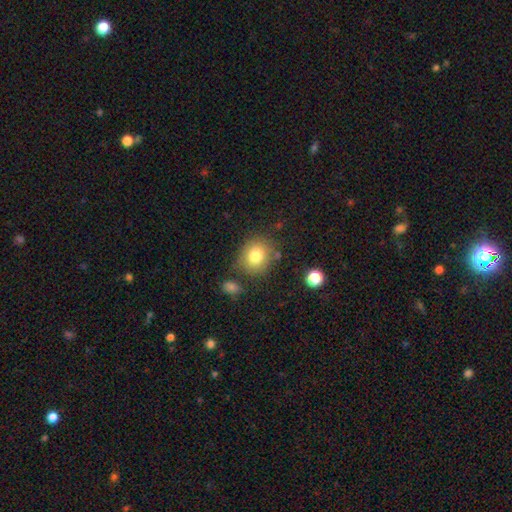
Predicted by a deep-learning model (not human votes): A smooth galaxy with no disk features (79%) that is round (76%).

Vote fractions:
- Smooth or featured? smooth: 79% / featured or disk: 10% / star or artifact: 10%
- How rounded? round: 76% / in between: 23% / cigar-shaped: 1%
- Merging? none: 74% / minor disturbance: 14% / merger: 8% / major disturbance: 5%